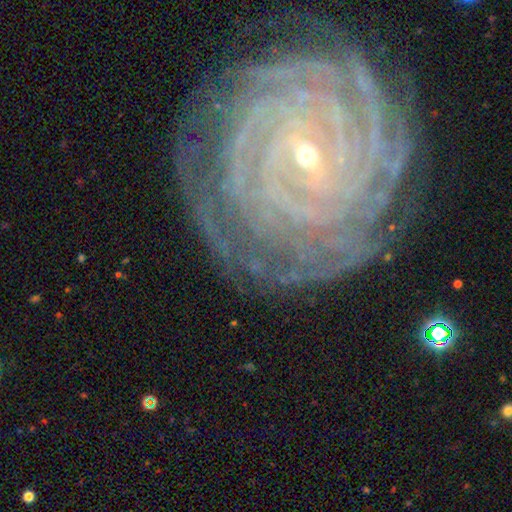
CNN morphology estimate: Smooth or featured?
  - featured or disk: 89% *
  - star or artifact: 6%
  - smooth: 5%
Edge-on disk?
  - no: 97% *
  - yes: 3%
Bar?
  - weak: 40% *
  - strong: 30%
  - no: 30%
Spiral arms?
  - yes: 98% *
  - no: 2%
Spiral winding?
  - tight: 88% *
  - medium: 10%
  - loose: 2%
Spiral arm count?
  - more than 4: 24% *
  - can't tell: 22%
  - 4: 21%
  - 3: 13%
  - 2: 12%
  - 1: 8%
Bulge size?
  - small: 72% *
  - moderate: 24%
  - large: 1%
  - none: 1%
  - dominant: 1%
Merging?
  - none: 77% *
  - minor disturbance: 15%
  - major disturbance: 6%
  - merger: 2%